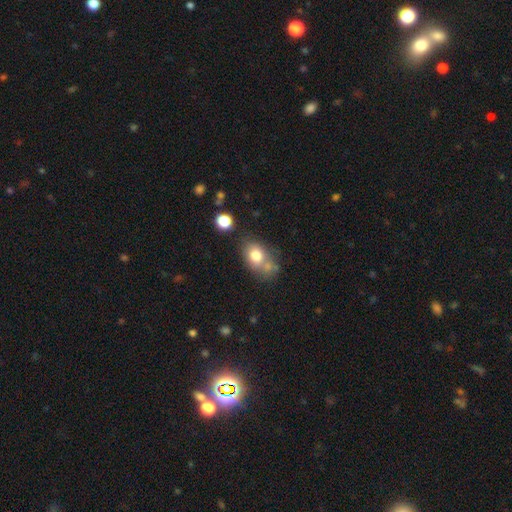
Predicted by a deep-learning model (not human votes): smooth_or_featured: smooth (p=0.76) [alt: featured or disk p=0.14]
how_rounded: in between (p=0.66) [alt: round p=0.33]
merging: none (p=0.47) [alt: merger p=0.24]